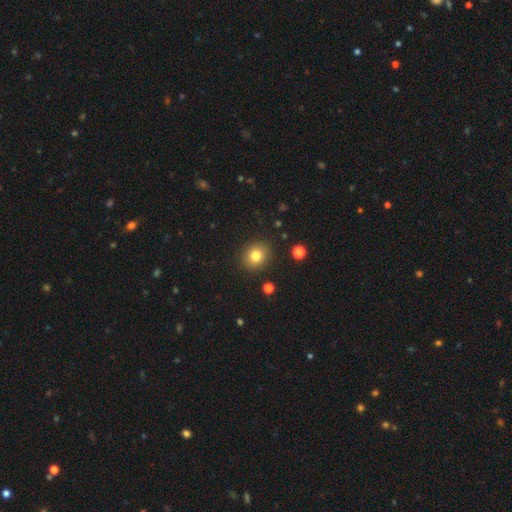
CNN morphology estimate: Smooth or featured? smooth (81%)
How rounded? round (71%)
Merging? none (89%)